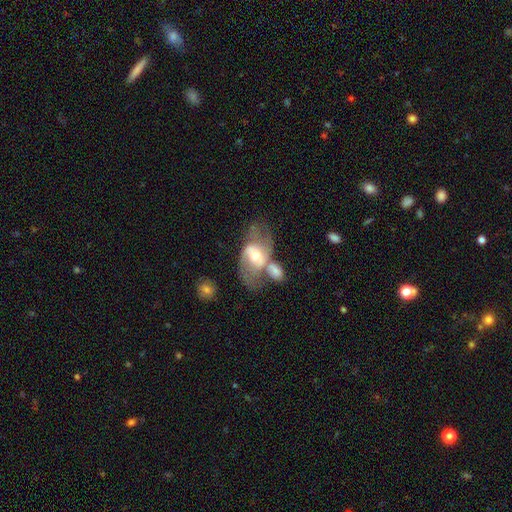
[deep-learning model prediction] This is likely a featured or disk galaxy (72%). It is clearly not viewed edge-on (95%). Bar: marginally weak (40%). Spiral arm pattern: likely yes (79%). Spiral arm count: clearly 2 (84%). Spiral winding: possibly loose (46%). Central bulge: likely moderate (62%). Merging: marginally none (37%).